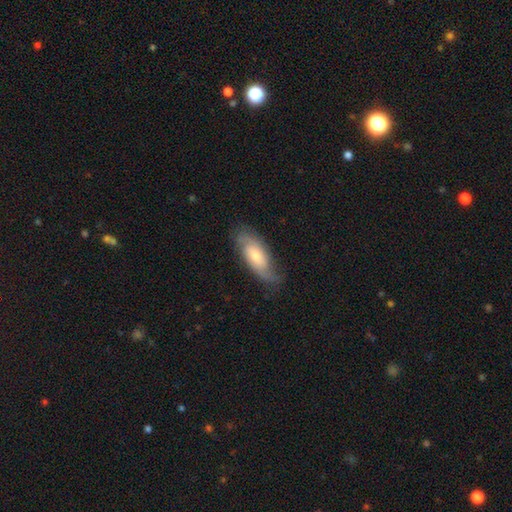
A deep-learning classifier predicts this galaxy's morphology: Smooth or featured? featured or disk (53%)
Edge-on disk? no (85%)
Merging? none (71%)